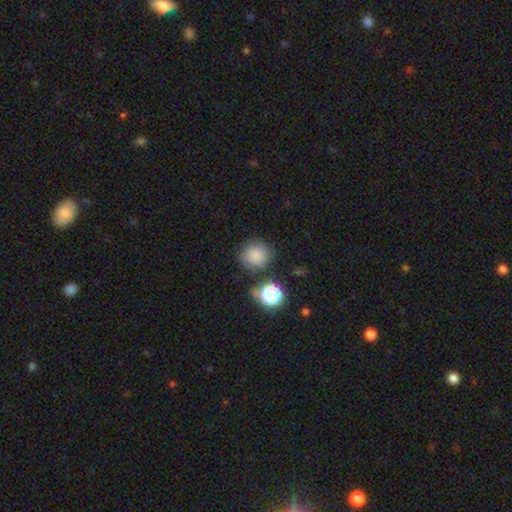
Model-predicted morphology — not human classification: Overall: smooth (81%). How rounded: round (85%). Merging: none (76%).